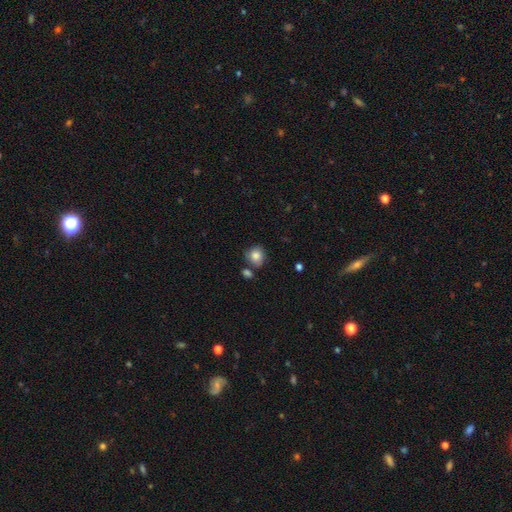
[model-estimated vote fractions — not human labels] This appears to be a smooth galaxy with no disk features (82%) that is round (76%). Merging: none (65%).